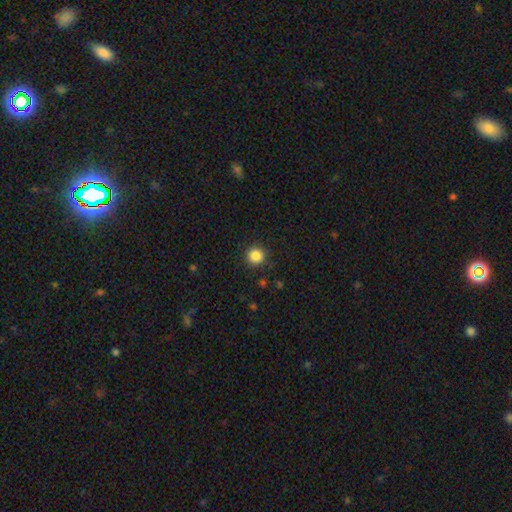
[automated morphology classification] A smooth galaxy with no disk features (85%) that is round (94%).

Vote fractions:
- Smooth or featured? smooth: 85% / star or artifact: 11% / featured or disk: 4%
- How rounded? round: 94% / in between: 6% / cigar-shaped: 1%
- Merging? none: 91% / minor disturbance: 6% / major disturbance: 2% / merger: 1%